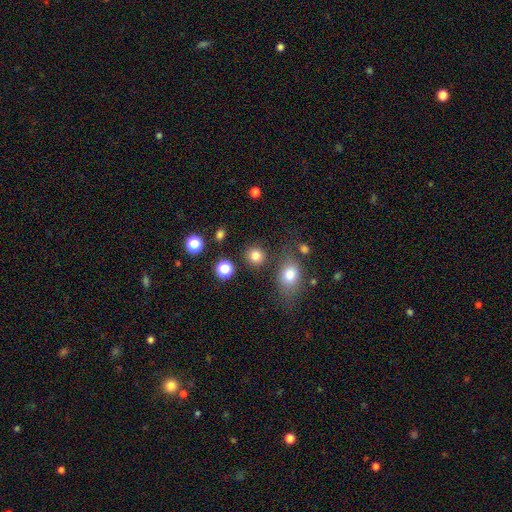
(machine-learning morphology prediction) The model was most divided on "smooth or featured": smooth: 81%, star or artifact: 13%, featured or disk: 6%. More confident: how rounded — round (88%); merging — none (82%).